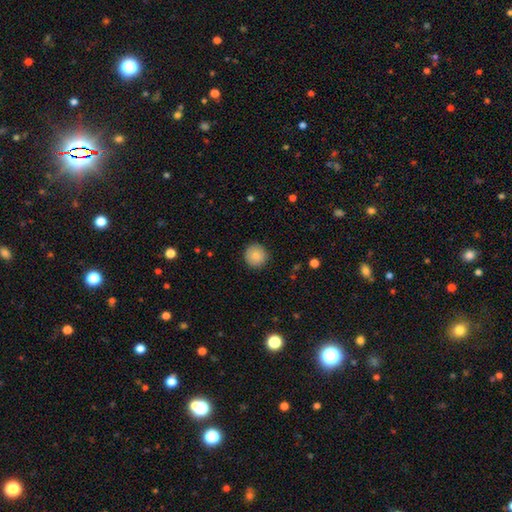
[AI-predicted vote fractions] smooth-or-featured: smooth: 83% | featured or disk: 9% | star or artifact: 8%
  how-rounded: round: 94% | in between: 5% | cigar-shaped: 1%
  merging: none: 89% | minor disturbance: 8% | major disturbance: 2% | merger: 1%